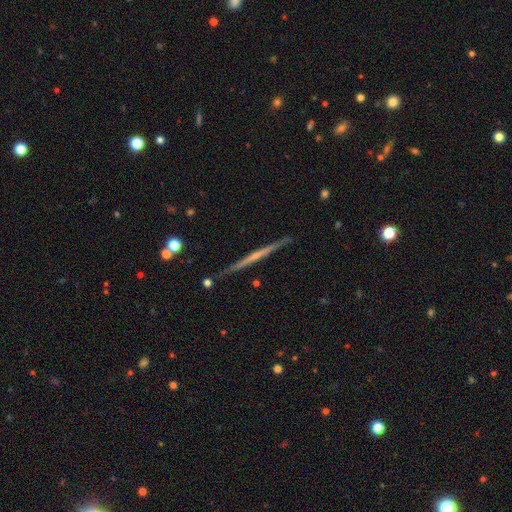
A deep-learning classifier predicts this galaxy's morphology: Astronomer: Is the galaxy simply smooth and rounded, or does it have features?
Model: featured or disk — 70%.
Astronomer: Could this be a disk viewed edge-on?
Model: yes — 97%.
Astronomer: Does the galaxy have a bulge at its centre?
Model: rounded — 47% (runner-up: none, 43%).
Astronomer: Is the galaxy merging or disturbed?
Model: none — 89%.